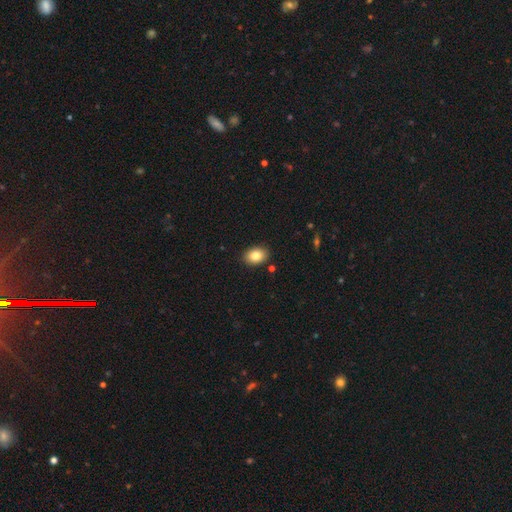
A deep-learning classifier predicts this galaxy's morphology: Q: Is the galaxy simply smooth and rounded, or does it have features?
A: smooth — 83%.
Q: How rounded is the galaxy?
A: in between — 79%.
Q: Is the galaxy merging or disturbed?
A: none — 89%.